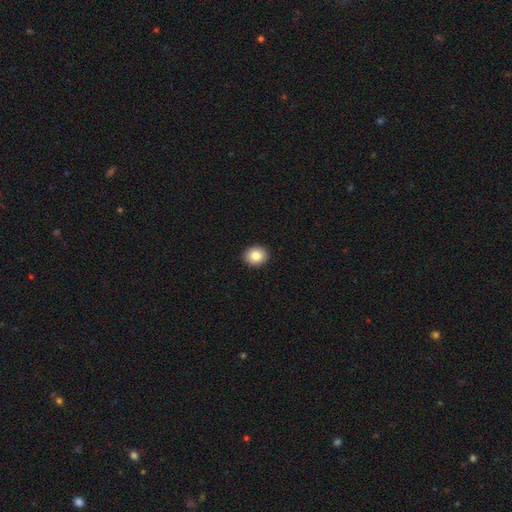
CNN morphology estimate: This is clearly a smooth galaxy (84%). How rounded: likely round (71%). Merging: clearly none (92%).